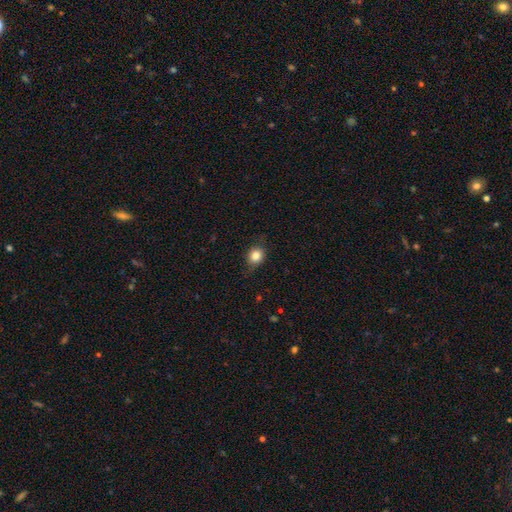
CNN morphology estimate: Smooth or featured?
  - smooth: 83% *
  - star or artifact: 10%
  - featured or disk: 7%
How rounded?
  - round: 66% *
  - in between: 33%
  - cigar-shaped: 1%
Merging?
  - none: 79% *
  - minor disturbance: 16%
  - major disturbance: 3%
  - merger: 1%